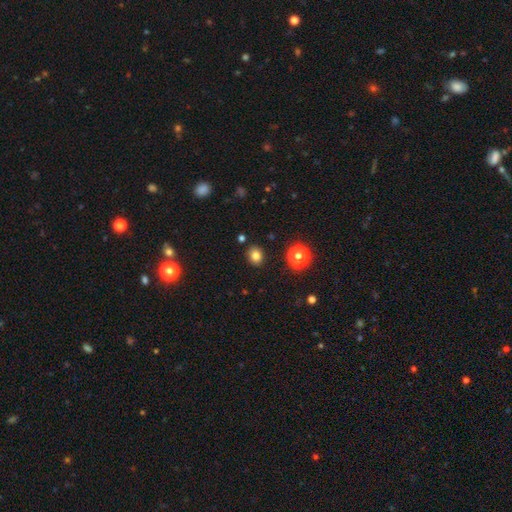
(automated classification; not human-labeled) Smooth or featured: smooth — 80% (star or artifact — 14%)
How rounded: round — 62% (in between — 37%)
Merging: none — 88% (minor disturbance — 8%)